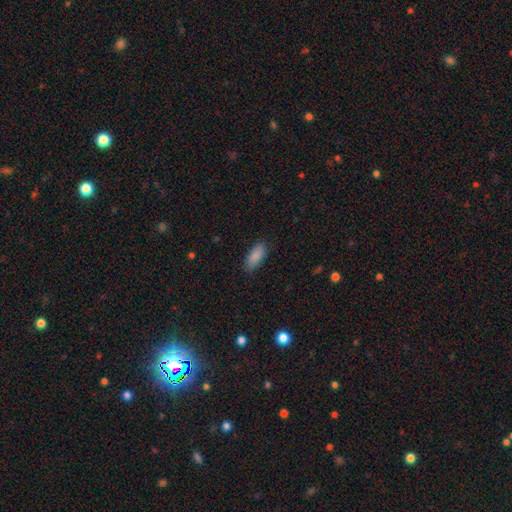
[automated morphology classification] A smooth galaxy with no disk features (88%) that is in between round and cigar-shaped (83%). Merging: none (85%).